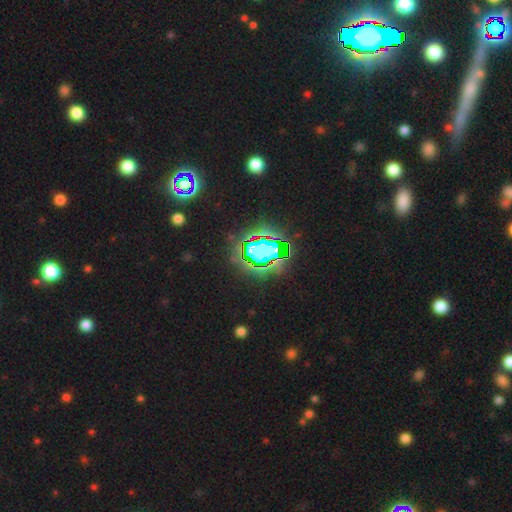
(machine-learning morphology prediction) A star or artifact, not a galaxy (72%).

Vote fractions:
- Smooth or featured? star or artifact: 72% / smooth: 16% / featured or disk: 13%